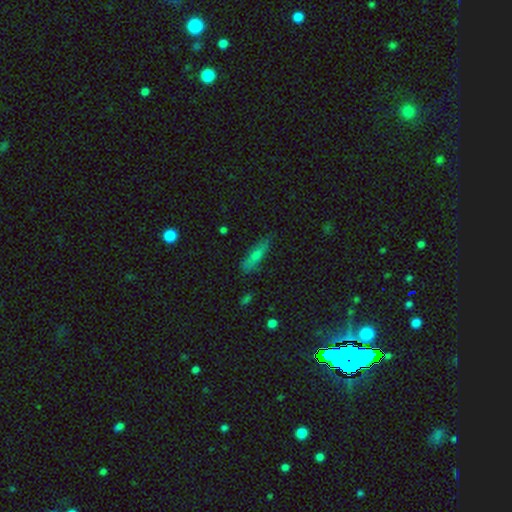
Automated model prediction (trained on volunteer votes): smooth_or_featured: smooth (p=0.69) [alt: featured or disk p=0.22]
how_rounded: cigar-shaped (p=0.70) [alt: in between p=0.28]
merging: none (p=0.73) [alt: minor disturbance p=0.20]